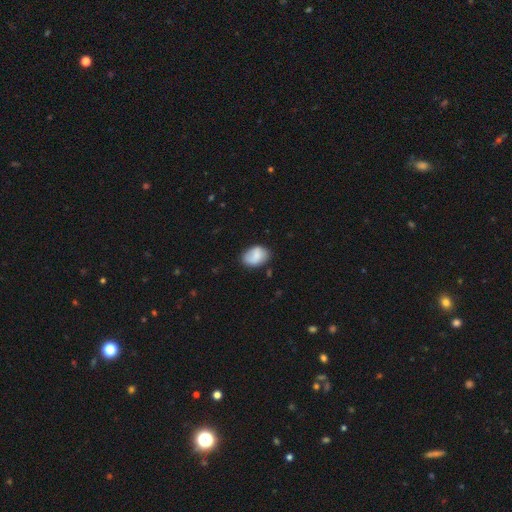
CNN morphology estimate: A smooth galaxy with no disk features (77%) that is in between round and cigar-shaped (79%).

Vote fractions:
- Smooth or featured? smooth: 77% / featured or disk: 16% / star or artifact: 7%
- How rounded? in between: 79% / round: 20% / cigar-shaped: 1%
- Merging? none: 69% / minor disturbance: 23% / major disturbance: 5% / merger: 2%